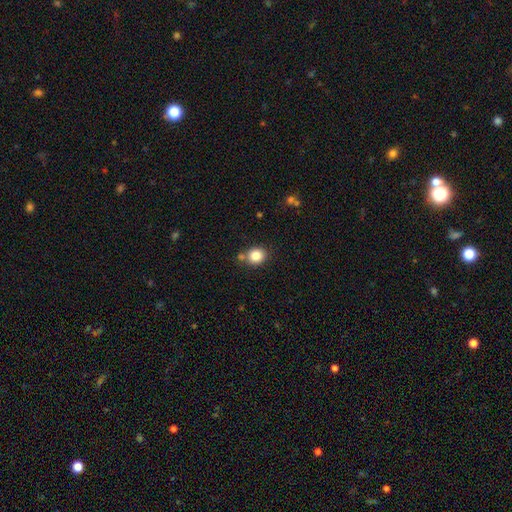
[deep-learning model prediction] A smooth galaxy with no disk features (84%) that is round (76%). Merging: none (74%).